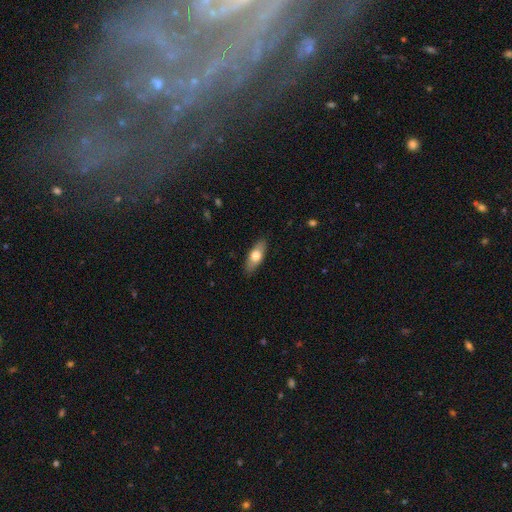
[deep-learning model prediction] This is likely a smooth galaxy (66%). How rounded: likely in between (72%). Merging: clearly none (88%).